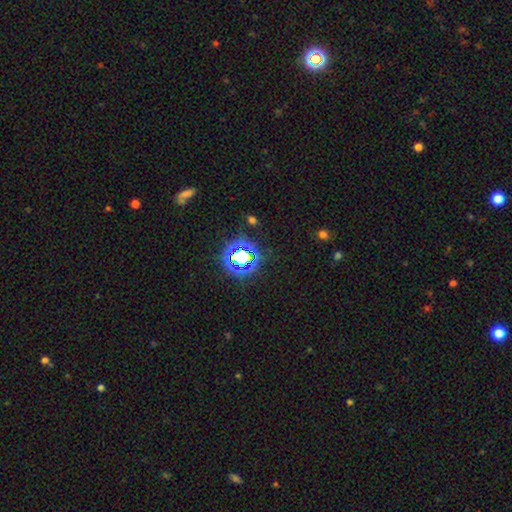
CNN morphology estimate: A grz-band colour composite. It shows a star or artifact, not a galaxy (77%).